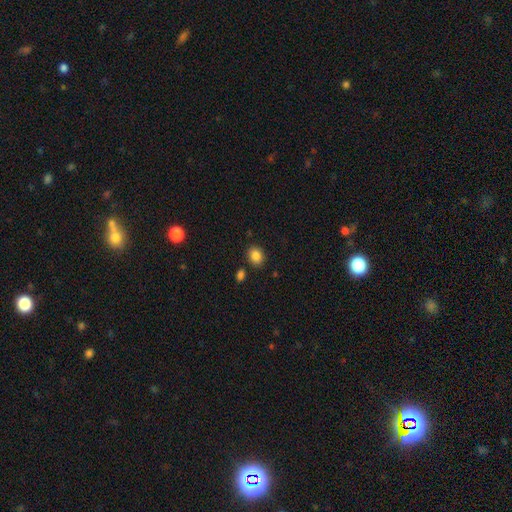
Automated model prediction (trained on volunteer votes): This is clearly a smooth galaxy (85%). How rounded: possibly round (59%). Merging: clearly none (84%).